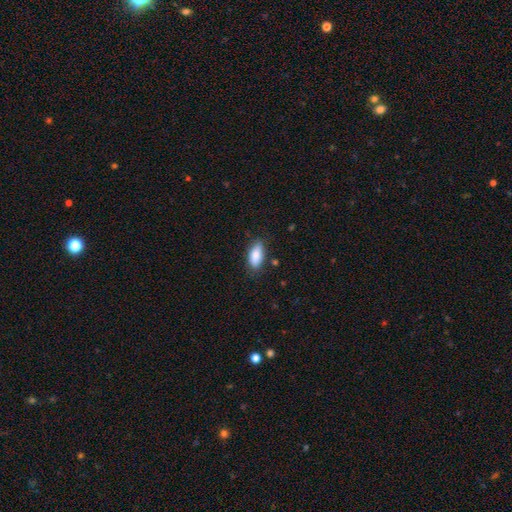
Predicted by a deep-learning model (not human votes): A smooth galaxy with no disk features (86%) that is in between round and cigar-shaped (86%).

Vote fractions:
- Smooth or featured? smooth: 86% / featured or disk: 7% / star or artifact: 7%
- How rounded? in between: 86% / cigar-shaped: 11% / round: 3%
- Merging? none: 78% / minor disturbance: 17% / major disturbance: 3% / merger: 2%